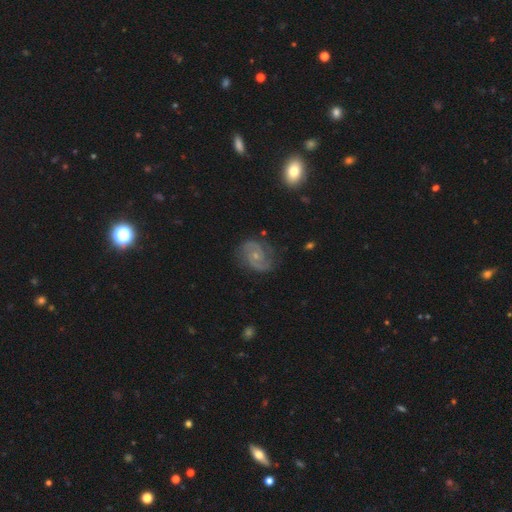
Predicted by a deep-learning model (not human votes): Smooth or featured?
  - featured or disk: 85% *
  - smooth: 9%
  - star or artifact: 6%
Edge-on disk?
  - no: 98% *
  - yes: 2%
Bar?
  - no: 65% *
  - weak: 30%
  - strong: 5%
Spiral arms?
  - yes: 96% *
  - no: 4%
Spiral winding?
  - medium: 50% *
  - tight: 34%
  - loose: 15%
Spiral arm count?
  - 2: 85% *
  - can't tell: 6%
  - 3: 4%
  - 1: 2%
  - 4: 2%
  - more than 4: 2%
Bulge size?
  - small: 68% *
  - moderate: 27%
  - none: 3%
  - large: 1%
  - dominant: 1%
Merging?
  - none: 76% *
  - minor disturbance: 17%
  - major disturbance: 6%
  - merger: 1%